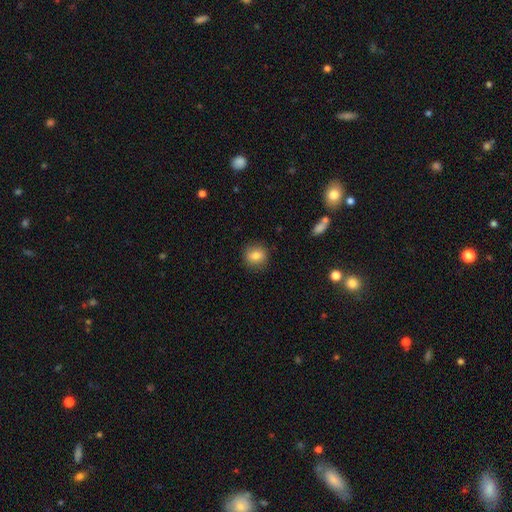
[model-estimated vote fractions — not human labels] Smooth or featured? smooth (81%)
How rounded? round (79%)
Merging? none (88%)